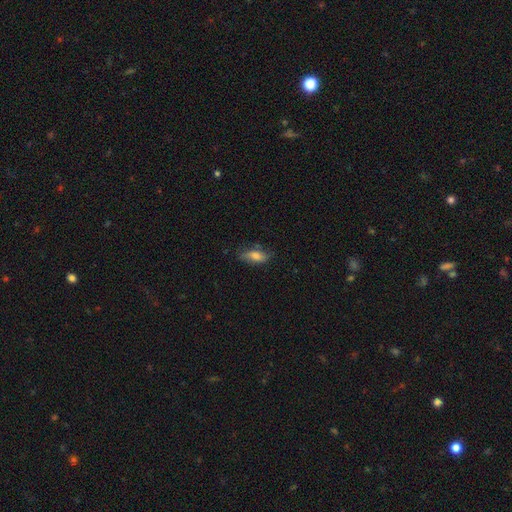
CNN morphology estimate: Q: Smooth or featured?
A: smooth (70%); runner-up: featured or disk (22%)
Q: How rounded?
A: in between (74%); runner-up: cigar-shaped (22%)
Q: Merging?
A: none (69%); runner-up: minor disturbance (24%)